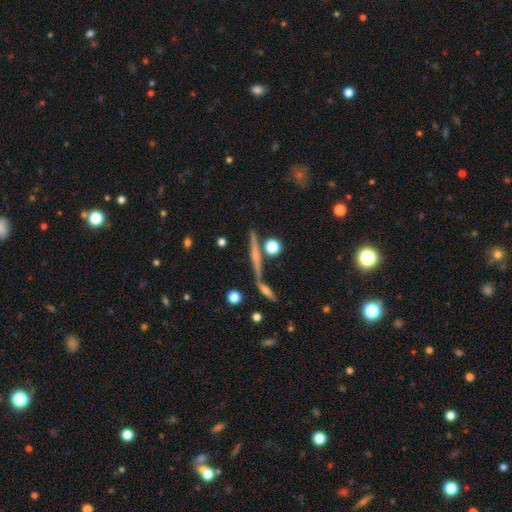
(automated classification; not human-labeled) Smooth or featured: featured or disk — 63% (smooth — 24%)
Edge-on disk: yes — 94% (no — 6%)
Edge-on bulge: none — 44% (rounded — 43%)
Merging: none — 72% (merger — 13%)